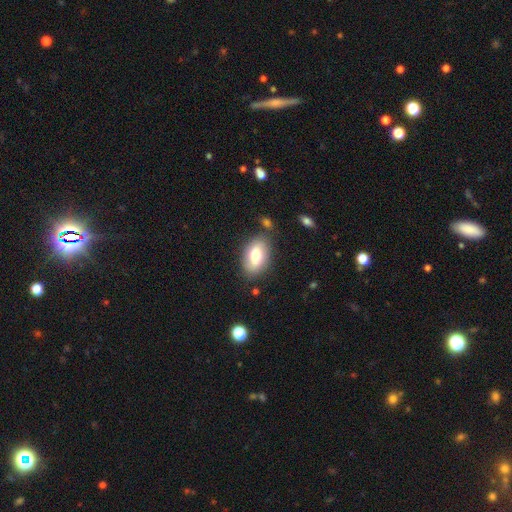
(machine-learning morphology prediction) This appears to be a smooth galaxy with no disk features (71%) that is in between round and cigar-shaped (89%). Merging: none (78%).